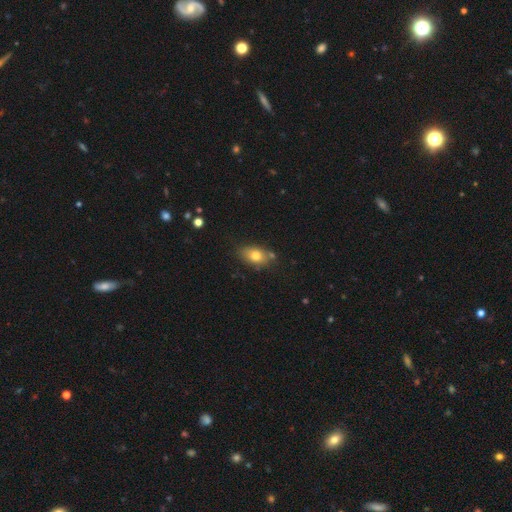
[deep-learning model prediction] smooth 77%, featured or disk 14%, star or artifact 9%. Down the decision tree: how rounded — in between (83%); merging — none (70%).